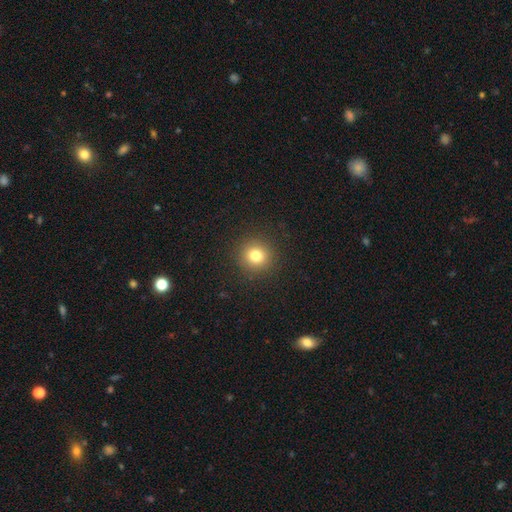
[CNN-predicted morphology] A smooth galaxy with no disk features (79%) that is round (93%). Merging: none (91%).